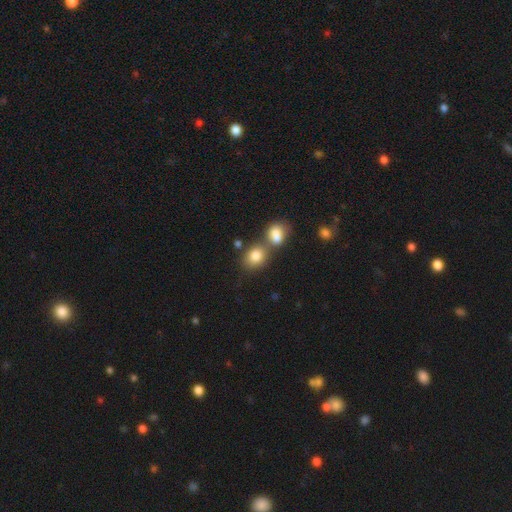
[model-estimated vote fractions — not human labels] smooth-or-featured: smooth: 82% | star or artifact: 9% | featured or disk: 9%
  how-rounded: in between: 51% | round: 47% | cigar-shaped: 1%
  merging: none: 44% | merger: 43% | minor disturbance: 10% | major disturbance: 4%